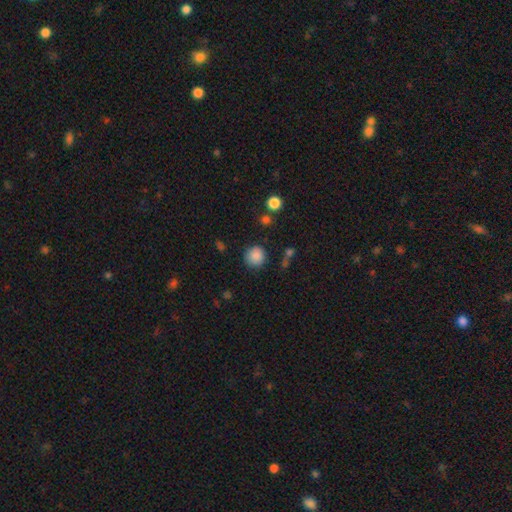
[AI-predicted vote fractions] Smooth or featured: smooth — 86% (star or artifact — 10%)
How rounded: round — 91% (in between — 8%)
Merging: none — 84% (minor disturbance — 10%)